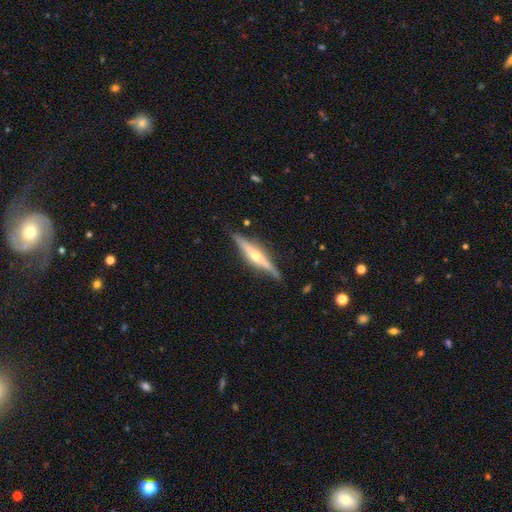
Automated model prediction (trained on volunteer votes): smooth_or_featured: featured or disk (p=0.79) [alt: smooth p=0.16]
disk_edge_on: yes (p=0.97) [alt: no p=0.03]
edge_on_bulge: rounded (p=0.89) [alt: boxy p=0.06]
merging: none (p=0.84) [alt: minor disturbance p=0.12]